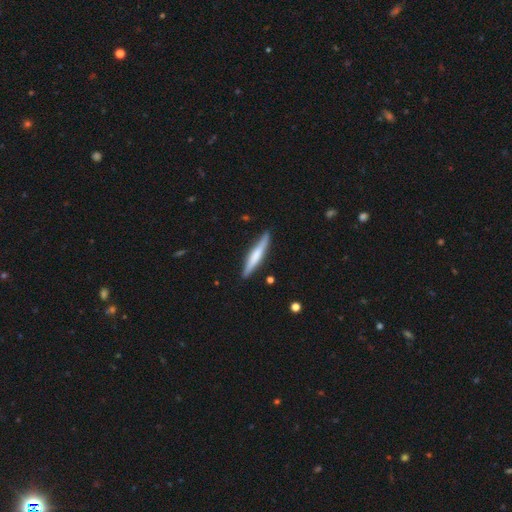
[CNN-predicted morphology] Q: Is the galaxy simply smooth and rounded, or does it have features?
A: smooth — 51%.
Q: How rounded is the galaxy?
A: cigar-shaped — 92%.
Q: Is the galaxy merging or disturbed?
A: none — 87%.